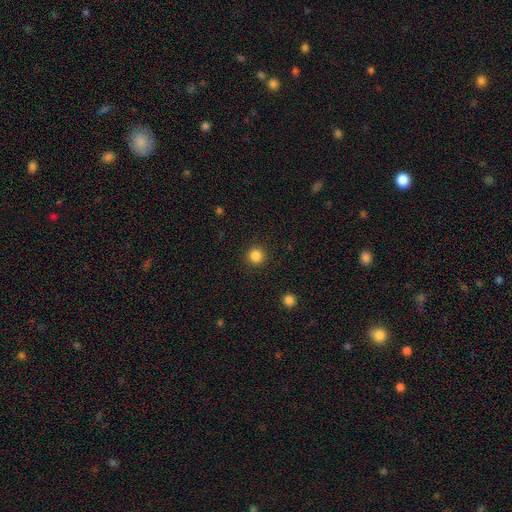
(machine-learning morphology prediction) Q: Smooth or featured?
A: smooth (85%); runner-up: star or artifact (11%)
Q: How rounded?
A: round (95%); runner-up: in between (4%)
Q: Merging?
A: none (92%); runner-up: minor disturbance (5%)